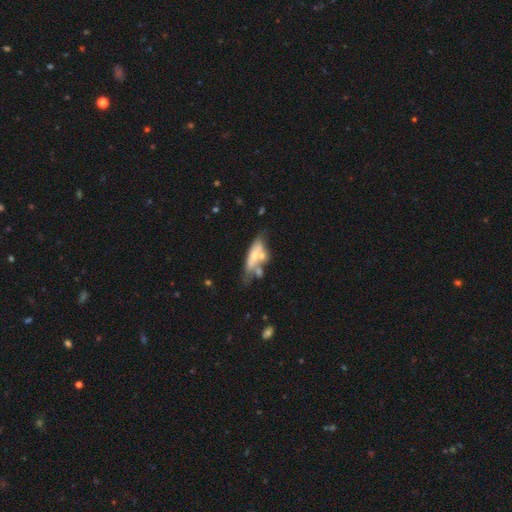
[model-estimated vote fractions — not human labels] The model was most divided on "smooth or featured": smooth: 48%, featured or disk: 44%, star or artifact: 8%. Remaining: merging — merger (38%).